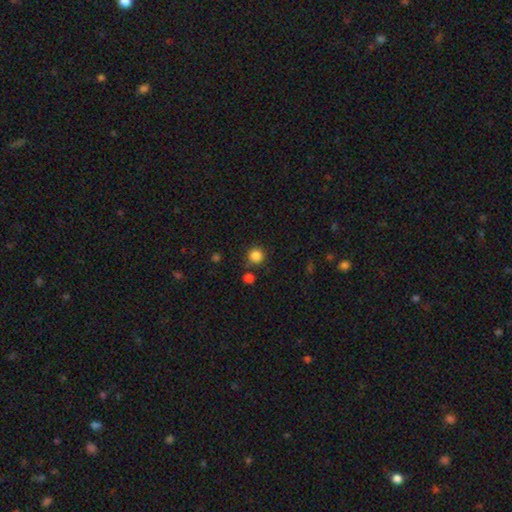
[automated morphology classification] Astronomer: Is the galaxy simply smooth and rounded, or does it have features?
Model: smooth — 84%.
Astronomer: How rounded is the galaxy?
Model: round — 94%.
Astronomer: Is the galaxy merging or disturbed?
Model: none — 84%.